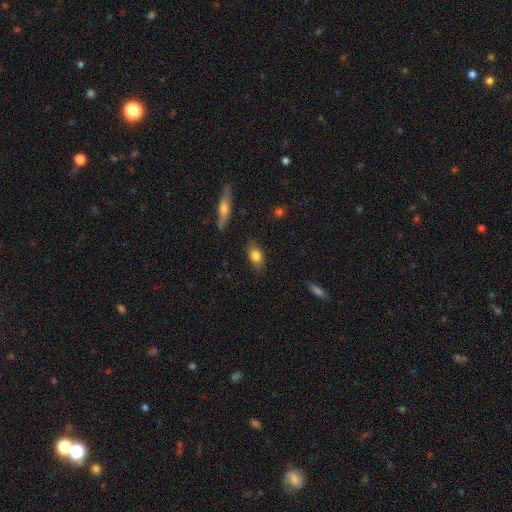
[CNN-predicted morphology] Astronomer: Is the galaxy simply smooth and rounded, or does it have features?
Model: smooth — 80%.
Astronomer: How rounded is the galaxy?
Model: in between — 81%.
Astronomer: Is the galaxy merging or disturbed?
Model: none — 83%.